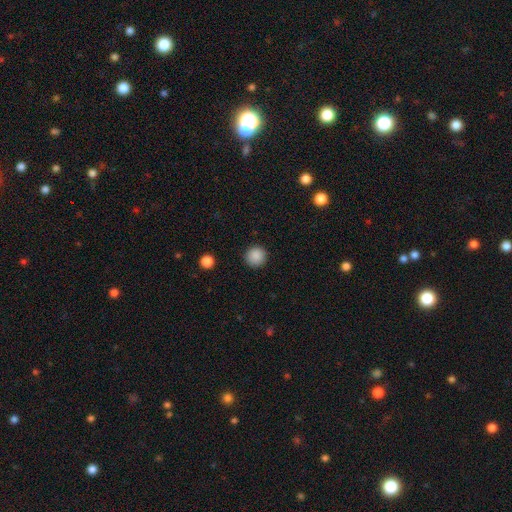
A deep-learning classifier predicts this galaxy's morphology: Smooth or featured?
  - smooth: 88% *
  - star or artifact: 9%
  - featured or disk: 3%
How rounded?
  - round: 95% *
  - in between: 4%
  - cigar-shaped: 1%
Merging?
  - none: 92% *
  - minor disturbance: 5%
  - major disturbance: 2%
  - merger: 1%